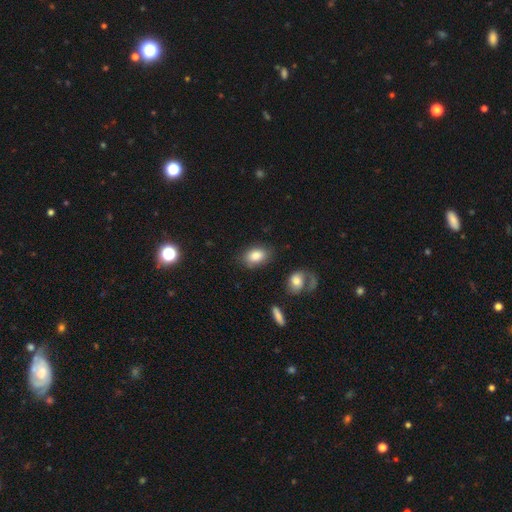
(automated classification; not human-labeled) Q: Smooth or featured?
A: smooth (84%); runner-up: featured or disk (8%)
Q: How rounded?
A: in between (86%); runner-up: round (12%)
Q: Merging?
A: none (79%); runner-up: minor disturbance (14%)